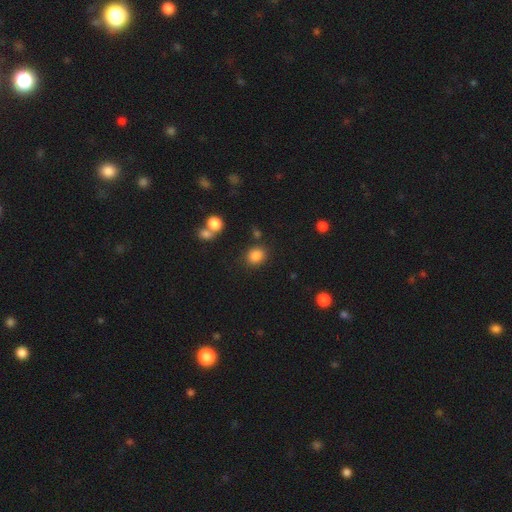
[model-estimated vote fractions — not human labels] Overall: smooth (84%). How rounded: round (66%; in between 33%). Merging: none (82%).